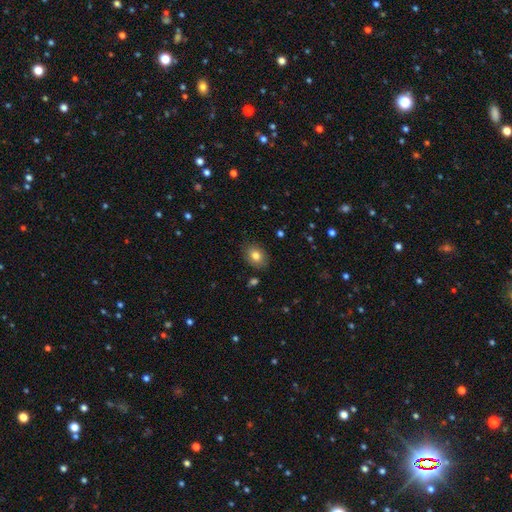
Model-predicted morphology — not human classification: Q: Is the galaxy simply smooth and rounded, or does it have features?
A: smooth — 81%.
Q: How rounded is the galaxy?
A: in between — 66%.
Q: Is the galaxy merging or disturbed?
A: none — 86%.